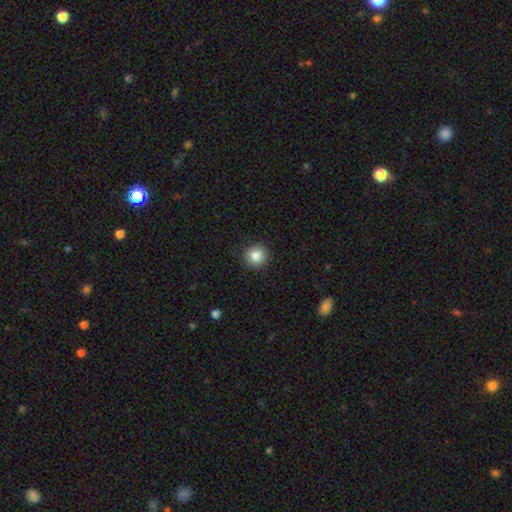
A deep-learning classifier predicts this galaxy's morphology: Q: Smooth or featured?
A: smooth (86%); runner-up: star or artifact (9%)
Q: How rounded?
A: round (93%); runner-up: in between (6%)
Q: Merging?
A: none (91%); runner-up: minor disturbance (6%)